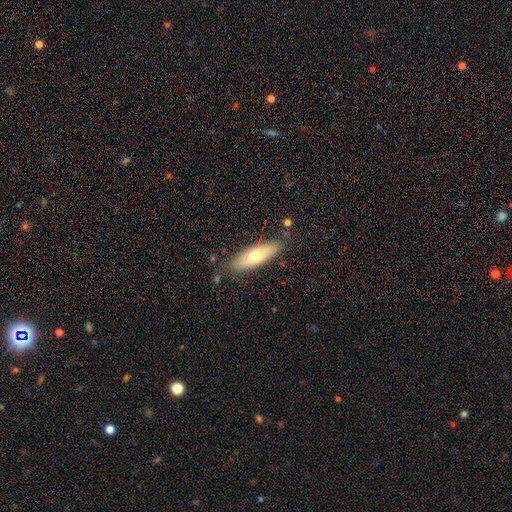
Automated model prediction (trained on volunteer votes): Smooth or featured: smooth — 63% (featured or disk — 31%)
How rounded: in between — 56% (cigar-shaped — 42%)
Merging: none — 79% (minor disturbance — 15%)